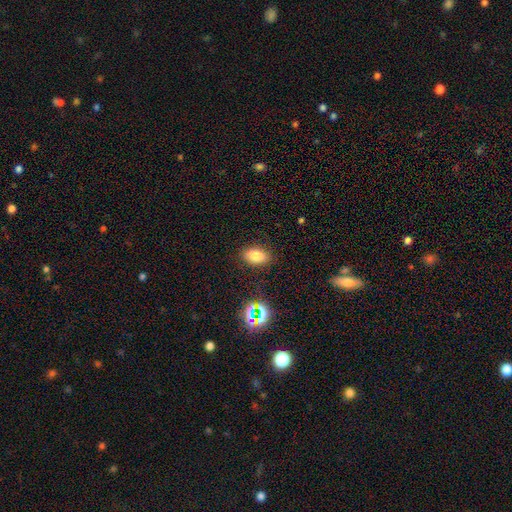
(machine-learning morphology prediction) This appears to be a smooth galaxy with no disk features (77%) that is in between round and cigar-shaped (88%). Merging: none (85%).